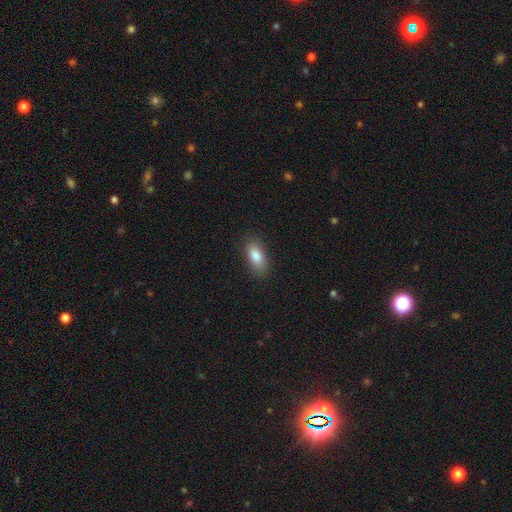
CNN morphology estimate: smooth_or_featured: smooth (p=0.85) [alt: featured or disk p=0.08]
how_rounded: in between (p=0.85) [alt: cigar-shaped p=0.11]
merging: none (p=0.84) [alt: minor disturbance p=0.12]